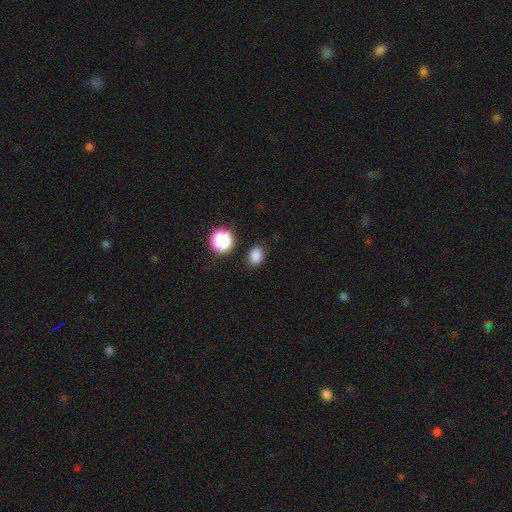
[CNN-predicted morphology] Overall: smooth (82%). How rounded: in between (64%; round 35%). Merging: none (83%).